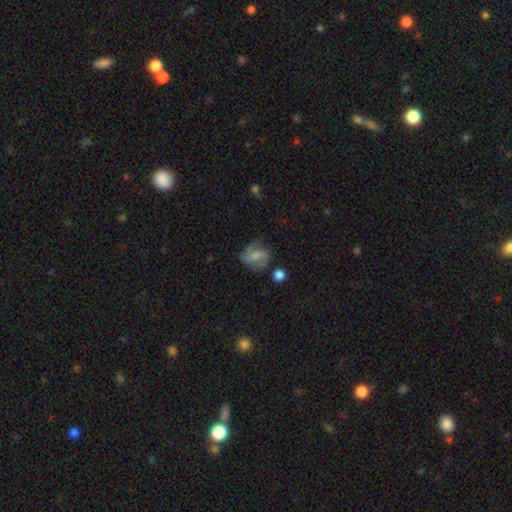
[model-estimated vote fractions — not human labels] Smooth or featured? Predicted: featured or disk (p=0.56). Edge-on disk? Predicted: no (p=0.97). Bar? Predicted: weak (p=0.46). Spiral arms? Predicted: yes (p=0.84). Bulge size? Predicted: small (p=0.37). Merging? Predicted: none (p=0.54).